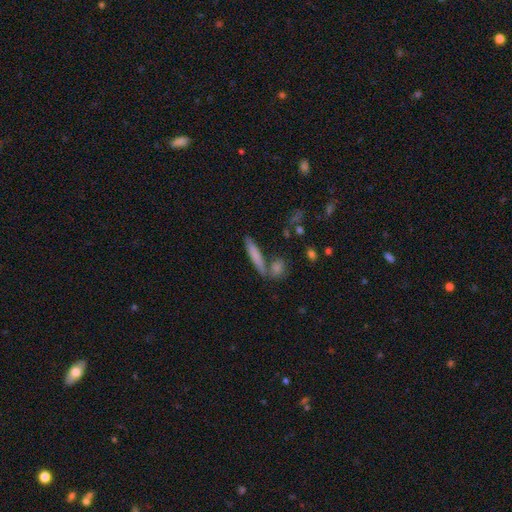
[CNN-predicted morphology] The model was most divided on "smooth or featured": smooth: 73%, featured or disk: 19%, star or artifact: 8%. More confident: how rounded — cigar-shaped (86%); merging — none (71%).